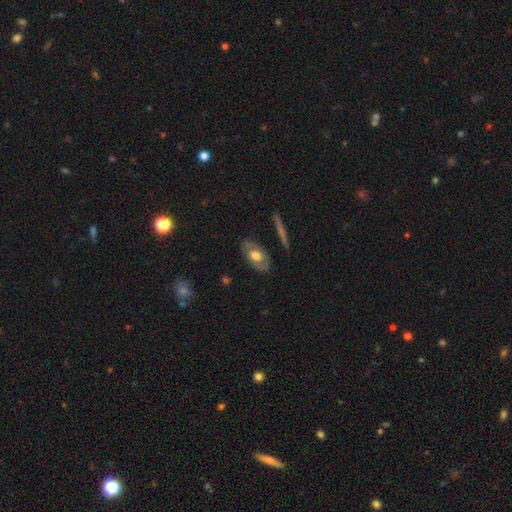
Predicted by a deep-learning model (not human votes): Smooth or featured? smooth (48%)
Merging? none (80%)